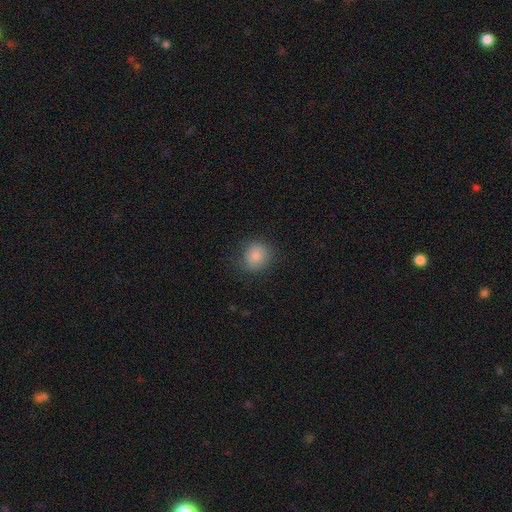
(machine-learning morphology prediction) Smooth or featured: smooth — 83% (star or artifact — 9%)
How rounded: round — 80% (in between — 19%)
Merging: none — 77% (minor disturbance — 17%)